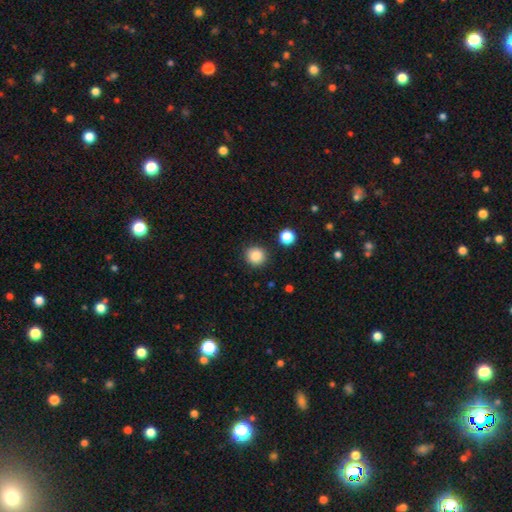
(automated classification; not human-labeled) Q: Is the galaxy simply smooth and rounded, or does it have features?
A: smooth — 87%.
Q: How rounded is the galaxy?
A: round — 91%.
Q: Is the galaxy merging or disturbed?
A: none — 90%.